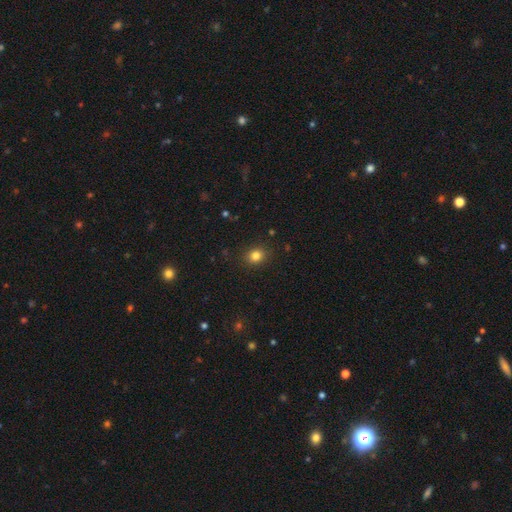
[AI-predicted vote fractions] Smooth or featured?
  - smooth: 82% *
  - star or artifact: 12%
  - featured or disk: 5%
How rounded?
  - round: 67% *
  - in between: 32%
  - cigar-shaped: 1%
Merging?
  - none: 88% *
  - minor disturbance: 8%
  - major disturbance: 3%
  - merger: 1%